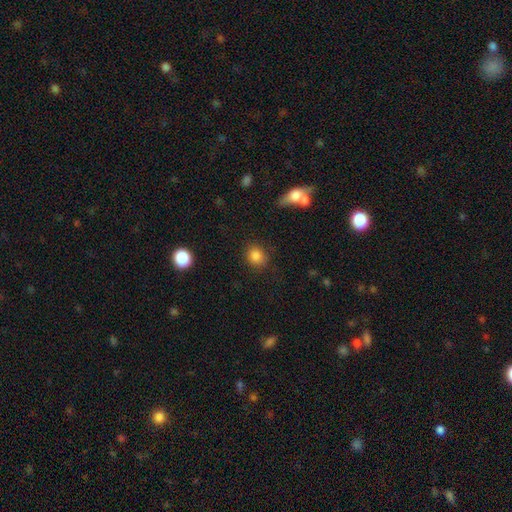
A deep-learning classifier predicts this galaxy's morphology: smooth_or_featured: smooth (p=0.84) [alt: star or artifact p=0.10]
how_rounded: round (p=0.76) [alt: in between p=0.22]
merging: none (p=0.83) [alt: minor disturbance p=0.11]